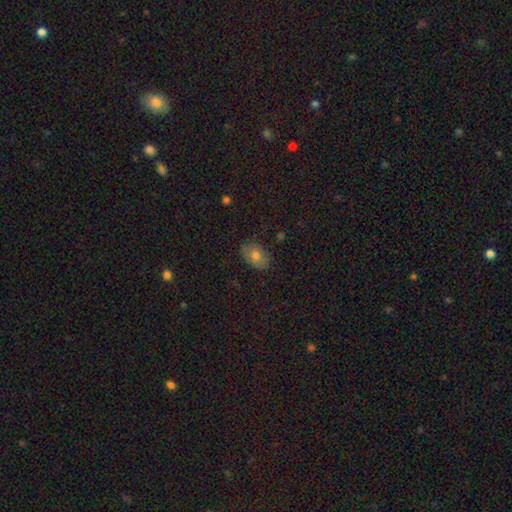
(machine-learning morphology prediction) type=smooth (72%); roundness=in between (86%); merging=none (83%).